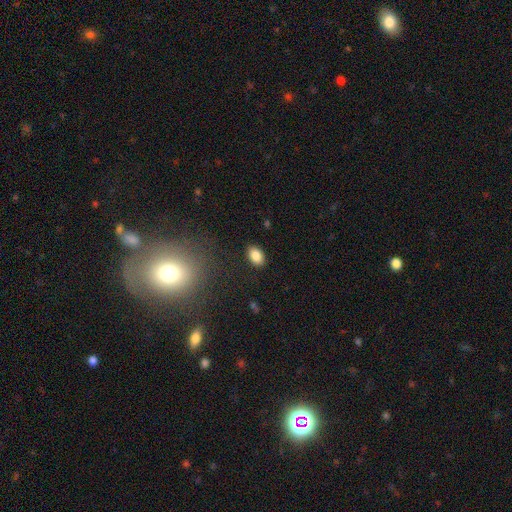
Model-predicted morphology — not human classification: Smooth or featured? smooth (85%)
How rounded? in between (89%)
Merging? none (87%)